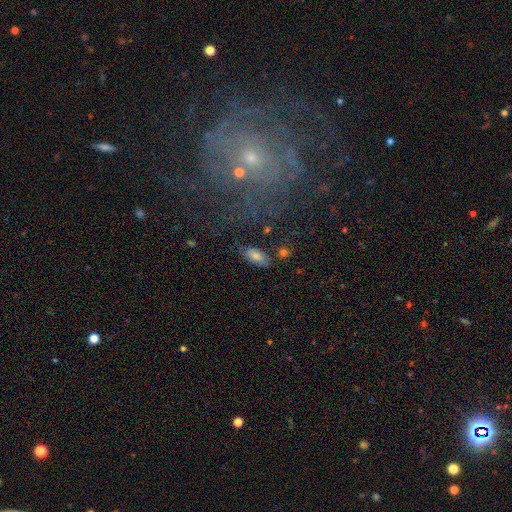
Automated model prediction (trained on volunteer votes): Morphology: type=smooth (77%); roundness=in between (88%); merging=none (70%).